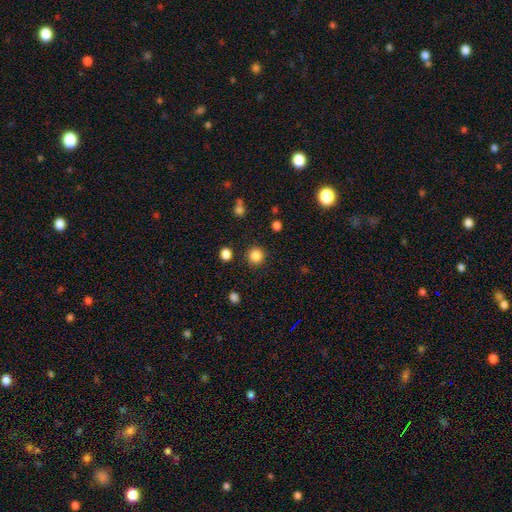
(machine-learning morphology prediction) Smooth or featured? smooth (85%)
How rounded? round (95%)
Merging? none (90%)